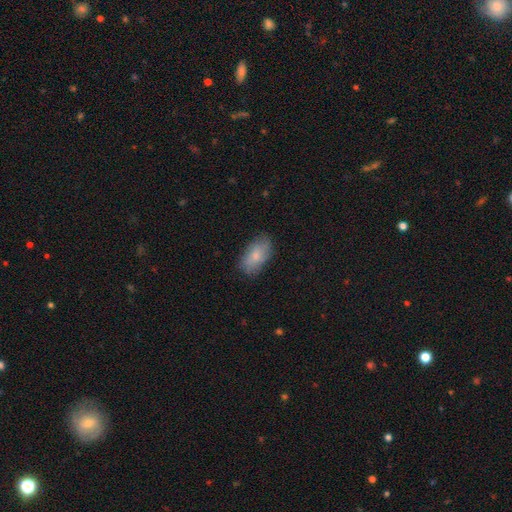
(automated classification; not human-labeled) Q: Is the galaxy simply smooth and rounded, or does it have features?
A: smooth — 72%.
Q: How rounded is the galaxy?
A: in between — 92%.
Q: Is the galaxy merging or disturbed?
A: none — 73%.